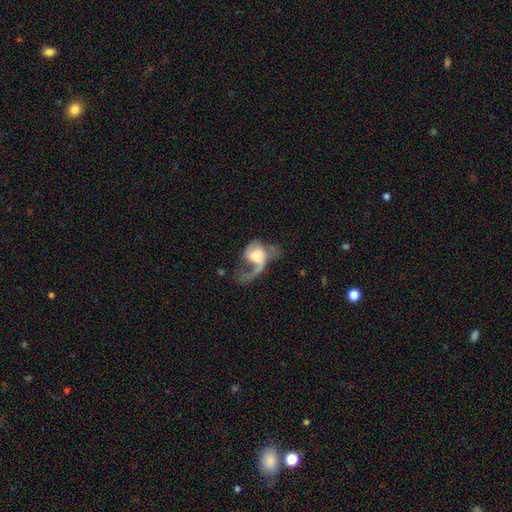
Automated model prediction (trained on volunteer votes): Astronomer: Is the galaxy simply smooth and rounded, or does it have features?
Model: featured or disk — 68%.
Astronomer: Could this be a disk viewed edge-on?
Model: no — 96%.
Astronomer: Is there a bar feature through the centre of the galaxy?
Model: no — 61%.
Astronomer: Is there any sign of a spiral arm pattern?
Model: yes — 82%.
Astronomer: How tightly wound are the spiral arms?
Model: loose — 68%.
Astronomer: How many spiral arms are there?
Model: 1 — 60%.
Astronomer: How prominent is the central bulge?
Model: moderate — 57%.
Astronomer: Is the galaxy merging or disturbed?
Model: major disturbance — 57%.